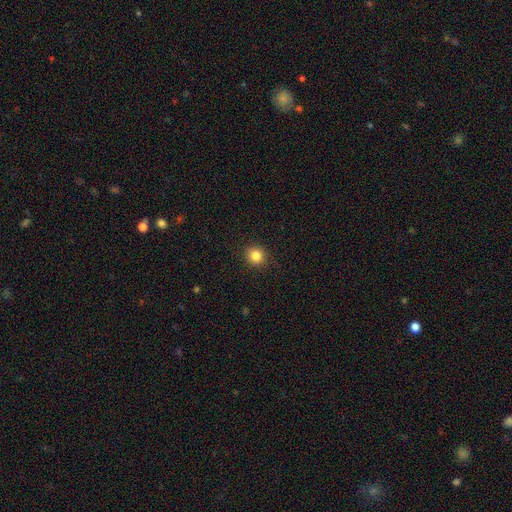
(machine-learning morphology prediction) Smooth or featured?
  - smooth: 84% *
  - star or artifact: 11%
  - featured or disk: 5%
How rounded?
  - round: 91% *
  - in between: 8%
  - cigar-shaped: 1%
Merging?
  - none: 91% *
  - minor disturbance: 6%
  - major disturbance: 2%
  - merger: 1%